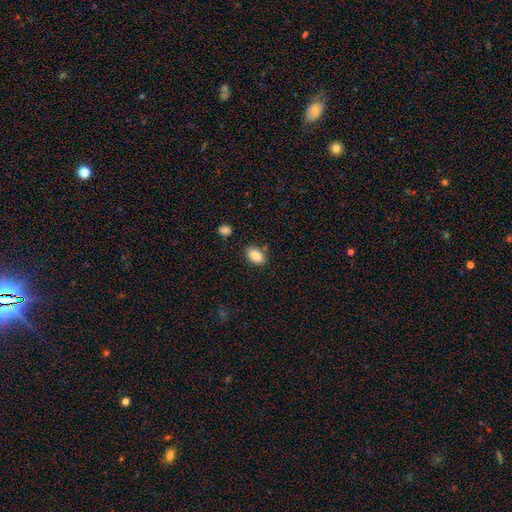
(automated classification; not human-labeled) Smooth or featured? Predicted: smooth (p=0.88). How rounded? Predicted: in between (p=0.88). Merging? Predicted: none (p=0.77).